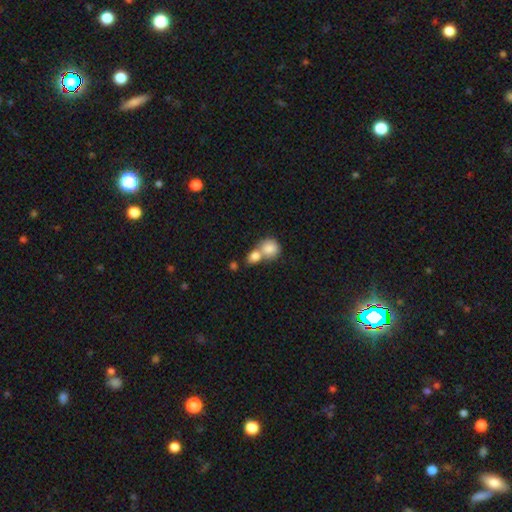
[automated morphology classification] This appears to be a smooth galaxy with no disk features (83%) that is round (63%). Merging: merger (63%).